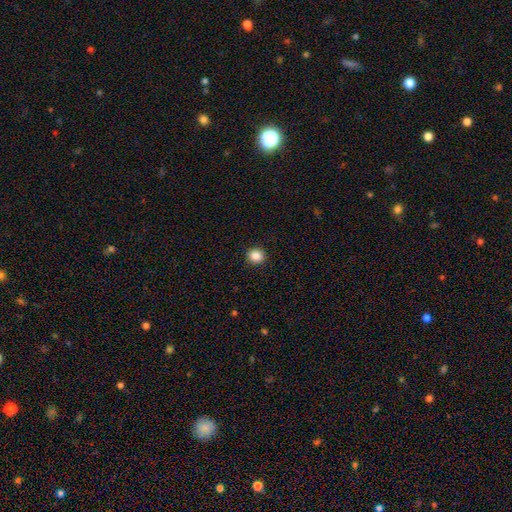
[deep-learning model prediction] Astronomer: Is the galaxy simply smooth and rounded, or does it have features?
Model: smooth — 87%.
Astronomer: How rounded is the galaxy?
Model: round — 87%.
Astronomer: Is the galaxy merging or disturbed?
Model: none — 92%.